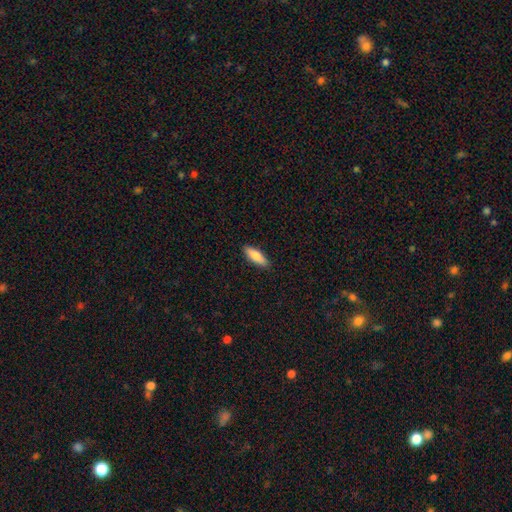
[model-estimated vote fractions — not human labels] This is clearly a smooth galaxy (82%). How rounded: possibly in between (55%). Merging: clearly none (89%).